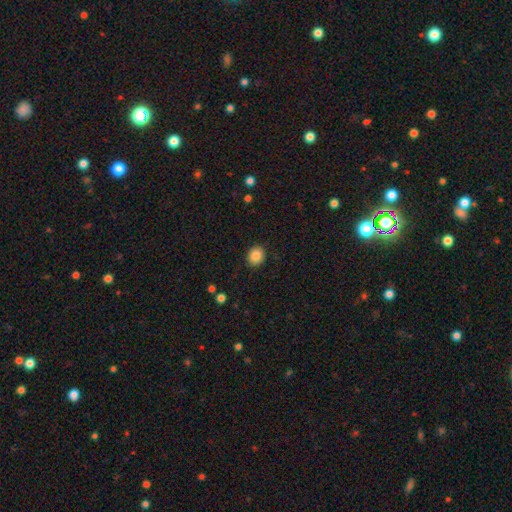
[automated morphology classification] This is clearly a smooth galaxy (86%). How rounded: likely round (71%). Merging: clearly none (90%).